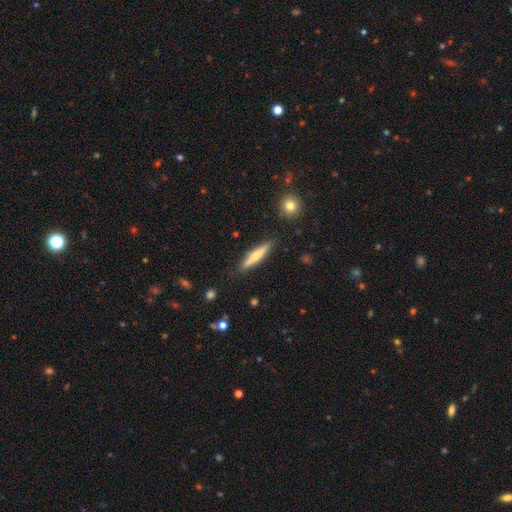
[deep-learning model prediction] smooth_or_featured: smooth (p=0.51) [alt: featured or disk p=0.42]
how_rounded: cigar-shaped (p=0.88) [alt: in between p=0.11]
merging: none (p=0.87) [alt: minor disturbance p=0.09]